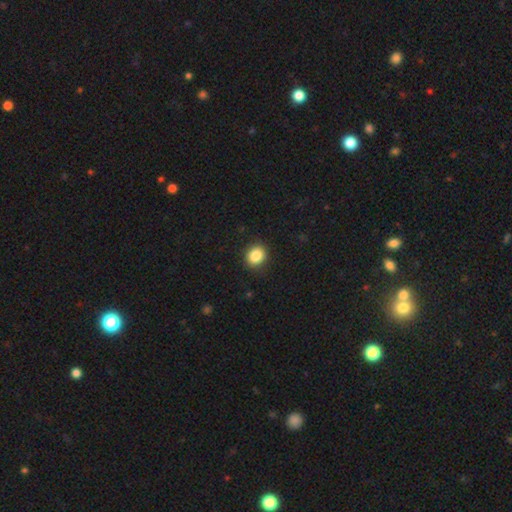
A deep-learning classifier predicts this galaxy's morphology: This appears to be a smooth galaxy with no disk features (87%) that is round (69%). Merging: none (89%).